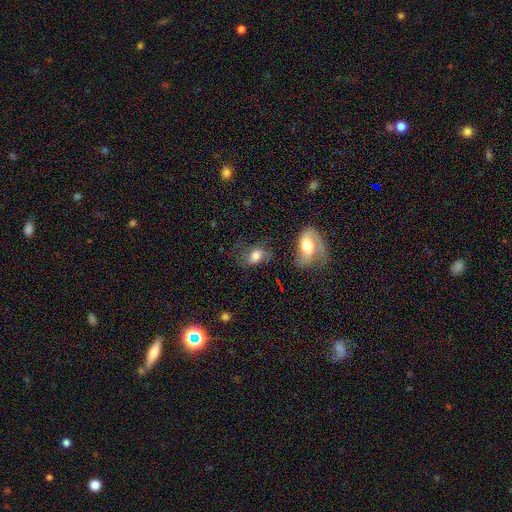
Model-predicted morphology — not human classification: Overall: smooth (49%; featured or disk 39%). Merging: none (45%; minor disturbance 23%).